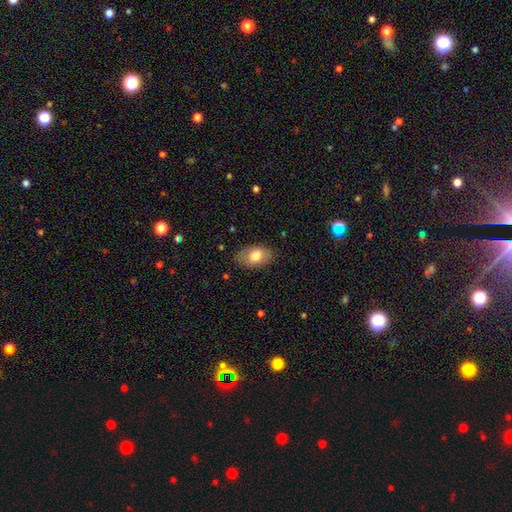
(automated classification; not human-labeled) A smooth galaxy with no disk features (73%) that is in between round and cigar-shaped (91%).

Vote fractions:
- Smooth or featured? smooth: 73% / featured or disk: 20% / star or artifact: 7%
- How rounded? in between: 91% / round: 8% / cigar-shaped: 1%
- Merging? none: 81% / minor disturbance: 14% / major disturbance: 3% / merger: 1%